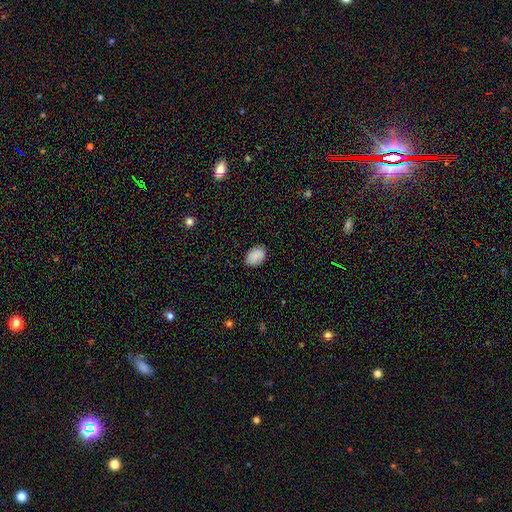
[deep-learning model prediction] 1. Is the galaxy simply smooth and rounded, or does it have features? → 84% smooth, 9% star or artifact, 7% featured or disk.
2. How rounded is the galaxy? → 81% in between, 18% round, 1% cigar-shaped.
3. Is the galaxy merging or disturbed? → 84% none, 12% minor disturbance, 2% major disturbance, 1% merger.